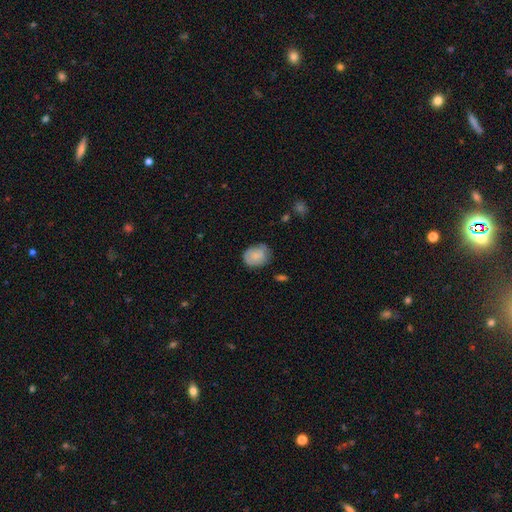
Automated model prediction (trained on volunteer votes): Smooth or featured: smooth — 70% (featured or disk — 22%)
How rounded: in between — 54% (round — 45%)
Merging: none — 63% (minor disturbance — 27%)